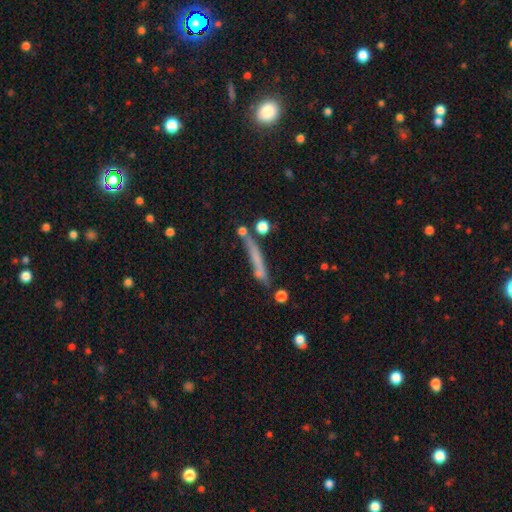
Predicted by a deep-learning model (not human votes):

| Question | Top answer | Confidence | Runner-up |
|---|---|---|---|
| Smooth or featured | smooth | 52% | featured or disk (36%) |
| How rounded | cigar-shaped | 92% | in between (5%) |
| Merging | none | 64% | minor disturbance (18%) |